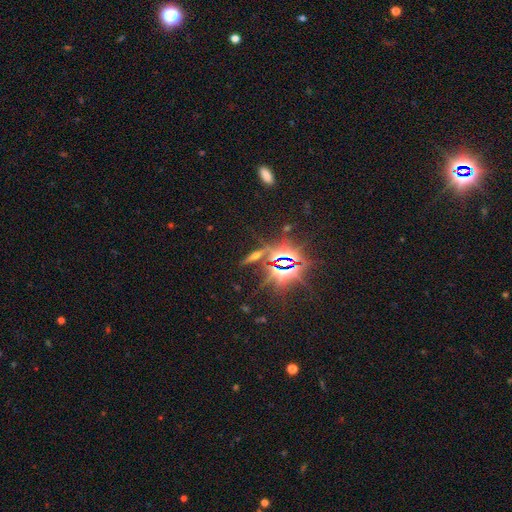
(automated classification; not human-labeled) Smooth or featured? Predicted: star or artifact (p=0.45).